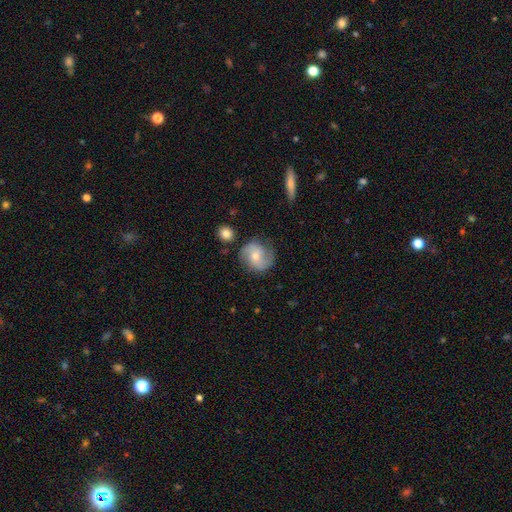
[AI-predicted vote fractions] Overall: featured or disk (65%; smooth 28%). Edge-on disk: no (97%). Bar: no (59%; weak 33%). Spiral arms: yes (91%). Spiral arm count: 2 (83%). Spiral winding: medium (43%; loose 36%). Bulge size: small (49%; moderate 46%). Merging: none (74%).